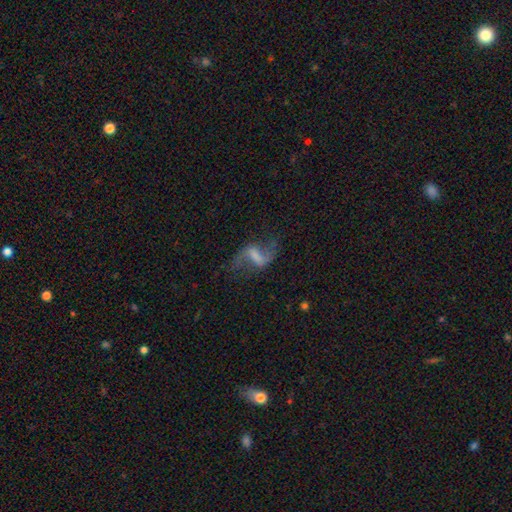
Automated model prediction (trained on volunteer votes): Morphology: type=featured or disk (80%); edge-on=no (96%); bar=weak (45%); spiral arms=yes (92%); winding=loose (79%); arm count=2 (92%); bulge=none (49%); merging=none (72%).